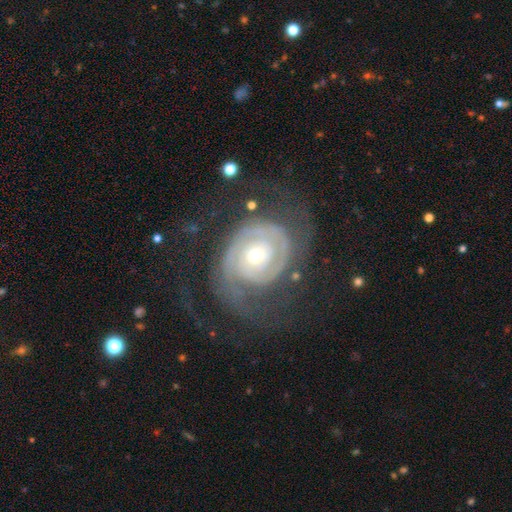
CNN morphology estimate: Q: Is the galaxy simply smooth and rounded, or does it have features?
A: featured or disk — 88%.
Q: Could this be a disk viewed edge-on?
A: no — 97%.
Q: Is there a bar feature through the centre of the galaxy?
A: no — 74%.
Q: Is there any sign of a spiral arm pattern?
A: yes — 96%.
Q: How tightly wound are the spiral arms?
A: tight — 70%.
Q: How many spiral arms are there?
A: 2 — 53%.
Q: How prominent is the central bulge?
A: small — 56%.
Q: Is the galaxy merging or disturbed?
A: none — 60%.